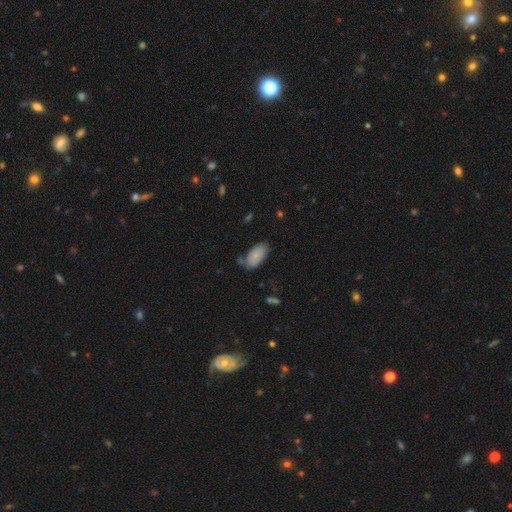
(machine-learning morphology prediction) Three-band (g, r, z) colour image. It shows a smooth galaxy with no disk features (83%) that is in between round and cigar-shaped (94%). Merging: none (69%).